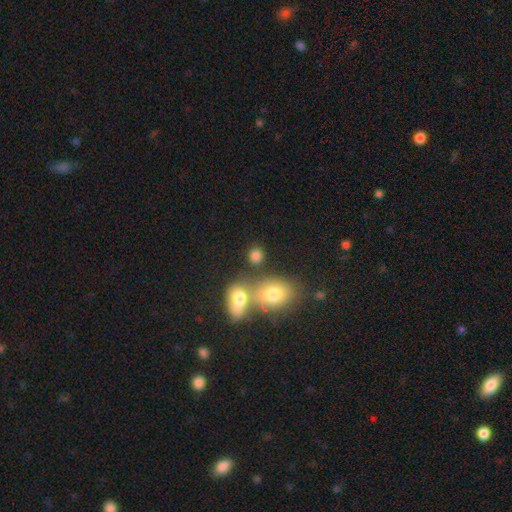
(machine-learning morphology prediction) smooth_or_featured: smooth (p=0.78) [alt: star or artifact p=0.13]
how_rounded: round (p=0.63) [alt: in between p=0.35]
merging: none (p=0.59) [alt: merger p=0.25]